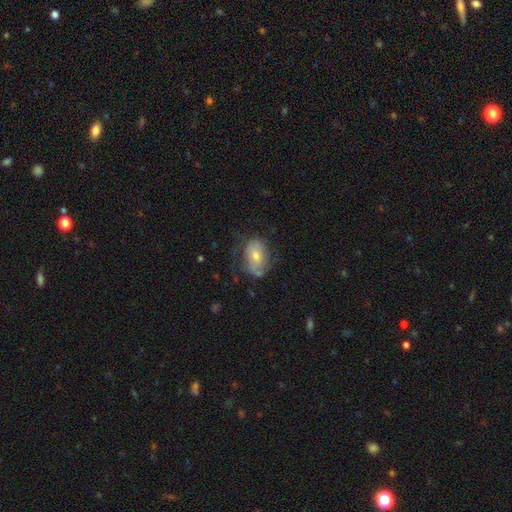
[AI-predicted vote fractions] Q: Smooth or featured?
A: smooth (52%); runner-up: featured or disk (40%)
Q: How rounded?
A: in between (83%); runner-up: round (16%)
Q: Merging?
A: none (51%); runner-up: minor disturbance (28%)